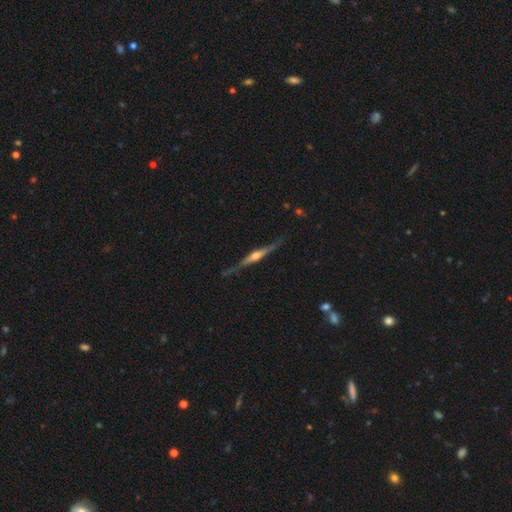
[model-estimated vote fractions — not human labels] Smooth or featured? Predicted: featured or disk (p=0.80). Edge-on disk? Predicted: yes (p=0.97). Edge-on bulge? Predicted: rounded (p=0.87). Merging? Predicted: none (p=0.78).